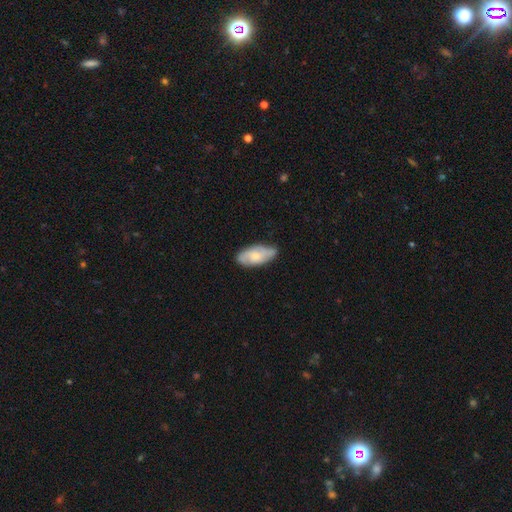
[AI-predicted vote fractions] smooth_or_featured: smooth (p=0.51) [alt: featured or disk p=0.43]
how_rounded: in between (p=0.88) [alt: cigar-shaped p=0.09]
merging: none (p=0.71) [alt: minor disturbance p=0.23]